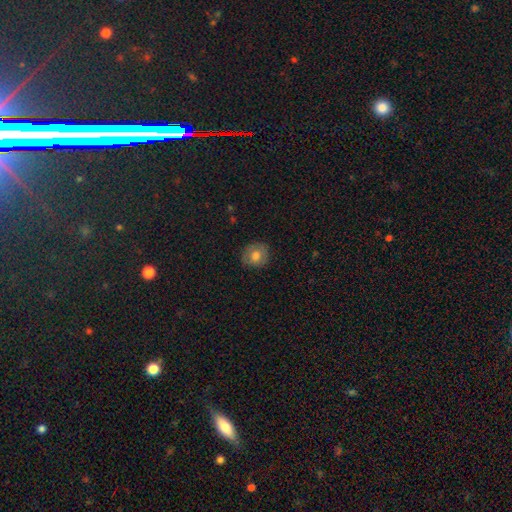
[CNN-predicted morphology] Smooth or featured: smooth — 75% (featured or disk — 16%)
How rounded: round — 80% (in between — 19%)
Merging: none — 83% (minor disturbance — 13%)